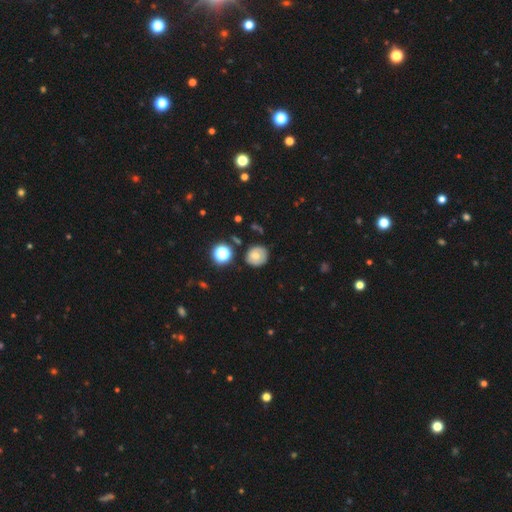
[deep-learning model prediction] A smooth galaxy with no disk features (61%) that is round (86%). Merging: none (79%).